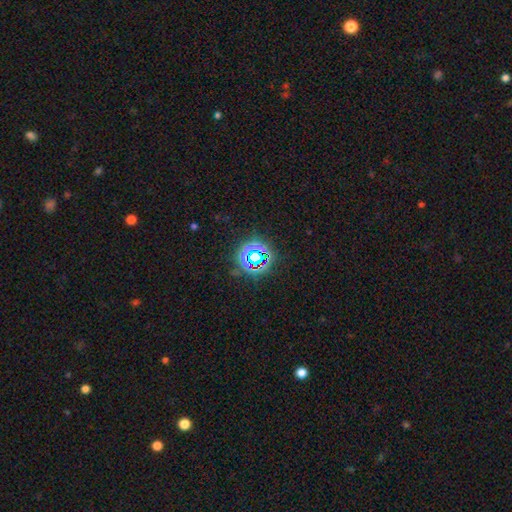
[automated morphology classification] The model was most divided on "smooth or featured": star or artifact: 71%, smooth: 19%, featured or disk: 10%.